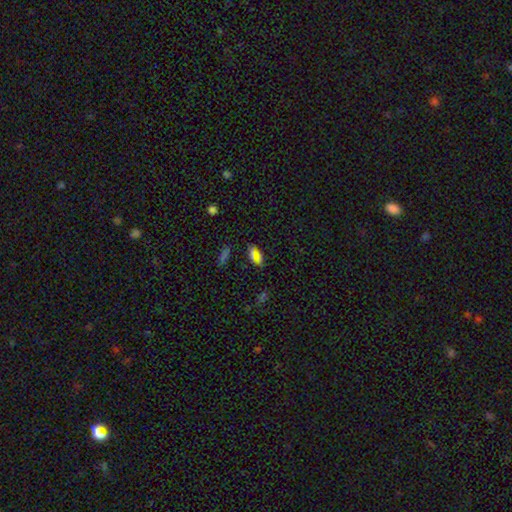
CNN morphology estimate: Smooth or featured? smooth (58%)
How rounded? in between (87%)
Merging? none (70%)